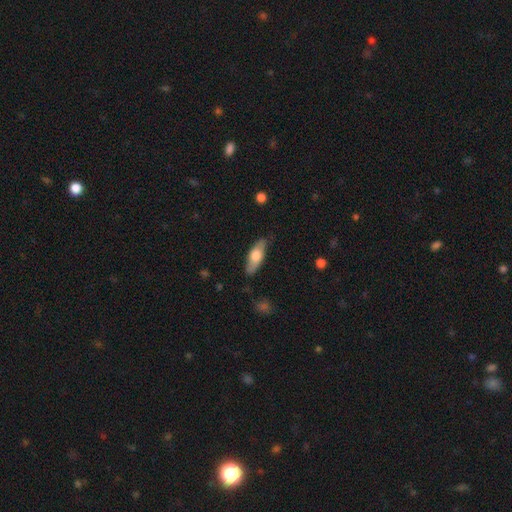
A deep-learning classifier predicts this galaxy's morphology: smooth 61%, featured or disk 33%, star or artifact 5%. Down the decision tree: how rounded — in between (62%); merging — none (81%).